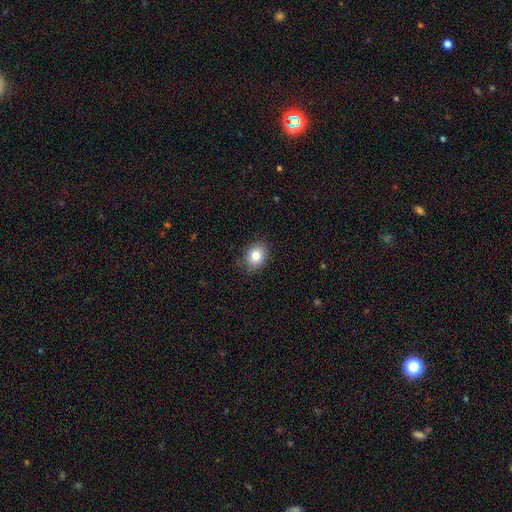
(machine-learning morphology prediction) This is clearly a smooth galaxy (83%). How rounded: possibly in between (51%). Merging: clearly none (85%).